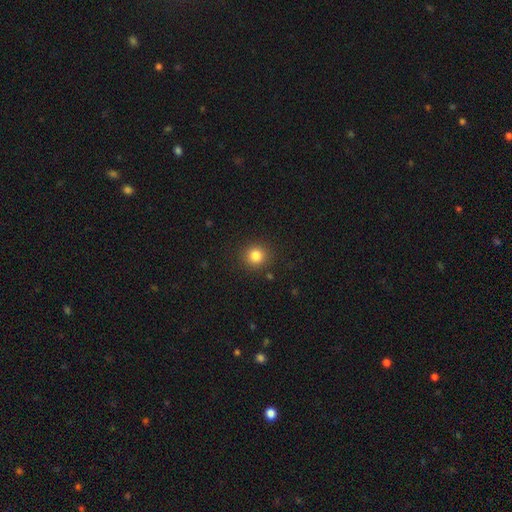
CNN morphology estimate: Q: Smooth or featured?
A: smooth (83%); runner-up: star or artifact (12%)
Q: How rounded?
A: round (92%); runner-up: in between (7%)
Q: Merging?
A: none (90%); runner-up: minor disturbance (6%)